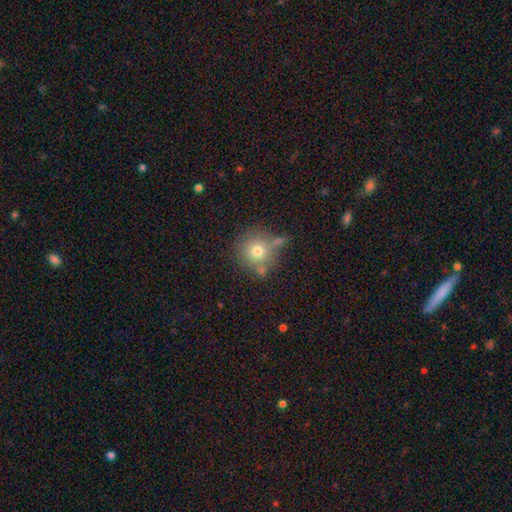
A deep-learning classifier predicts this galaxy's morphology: This appears to be a smooth galaxy with no disk features (68%) that is round (92%). Merging: none (69%).